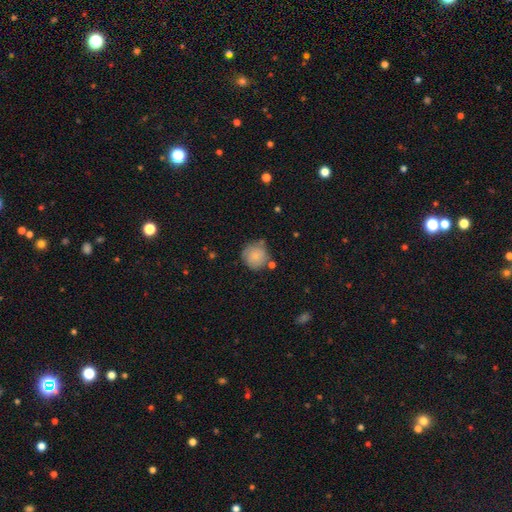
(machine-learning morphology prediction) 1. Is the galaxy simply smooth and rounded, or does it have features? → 82% smooth, 10% featured or disk, 8% star or artifact.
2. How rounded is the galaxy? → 91% round, 8% in between, 1% cigar-shaped.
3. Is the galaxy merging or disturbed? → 65% none, 22% minor disturbance, 8% merger, 5% major disturbance.